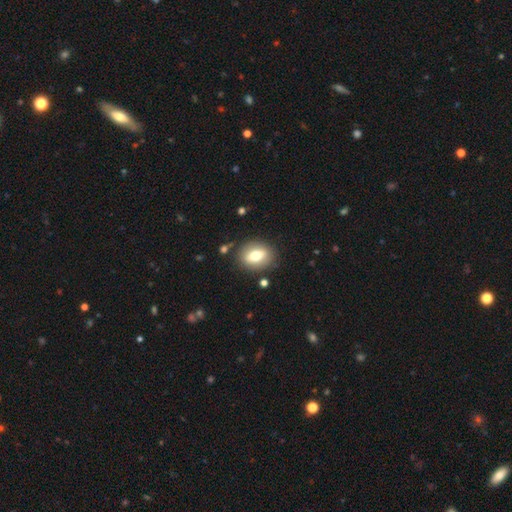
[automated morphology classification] The model was most divided on "how rounded": in between: 65%, round: 31%, cigar-shaped: 4%. More confident: merging — none (85%); smooth or featured — smooth (64%).